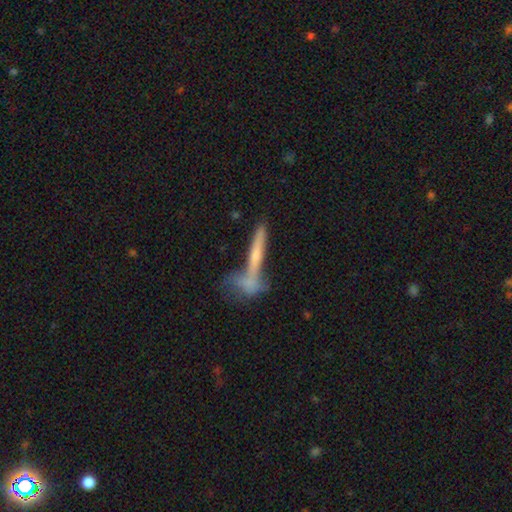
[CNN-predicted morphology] Smooth or featured: smooth — 46% (featured or disk — 45%)
Merging: none — 51% (merger — 30%)